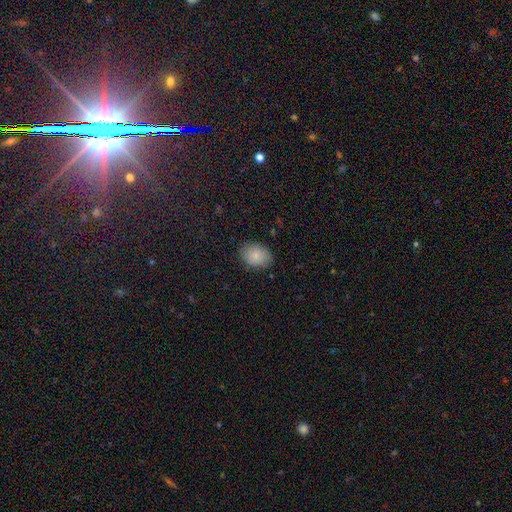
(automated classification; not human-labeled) Morphology: type=smooth (84%); roundness=in between (74%); merging=none (83%).